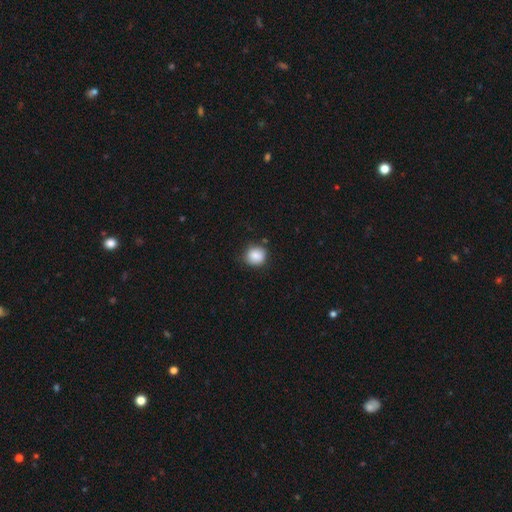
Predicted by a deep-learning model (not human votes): Smooth or featured? Predicted: smooth (p=0.86). How rounded? Predicted: round (p=0.84). Merging? Predicted: none (p=0.79).